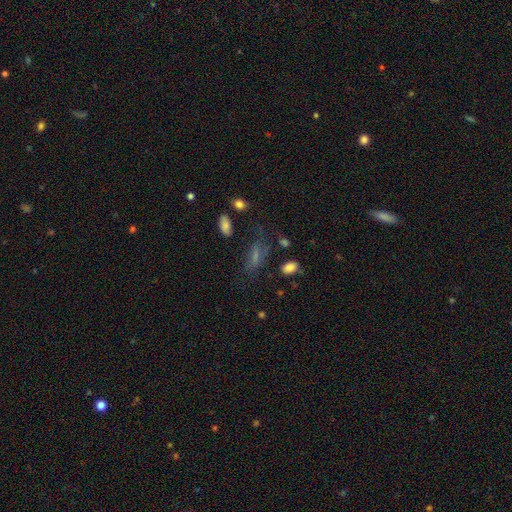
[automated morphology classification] Smooth or featured?
  - smooth: 49% *
  - featured or disk: 29%
  - star or artifact: 23%
Merging?
  - none: 52% *
  - minor disturbance: 22%
  - major disturbance: 21%
  - merger: 5%